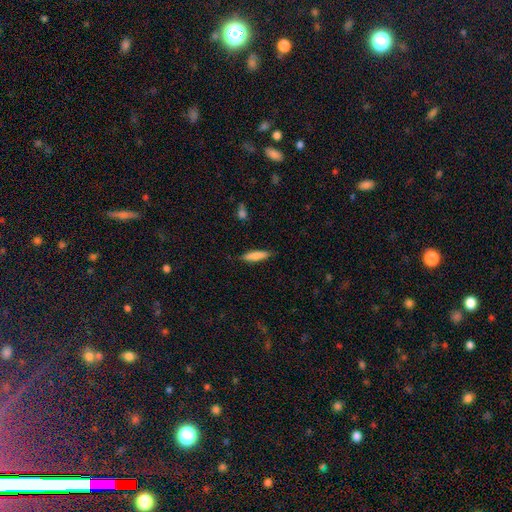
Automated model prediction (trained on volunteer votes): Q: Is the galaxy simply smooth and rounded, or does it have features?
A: smooth — 81%.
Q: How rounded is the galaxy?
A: cigar-shaped — 74%.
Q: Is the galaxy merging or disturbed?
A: none — 86%.